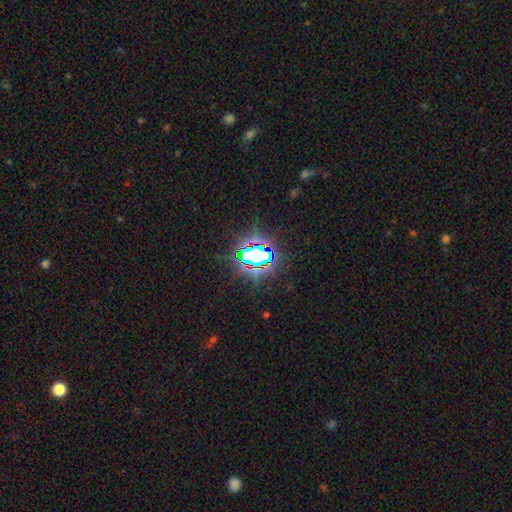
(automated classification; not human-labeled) Overall: star or artifact (76%).